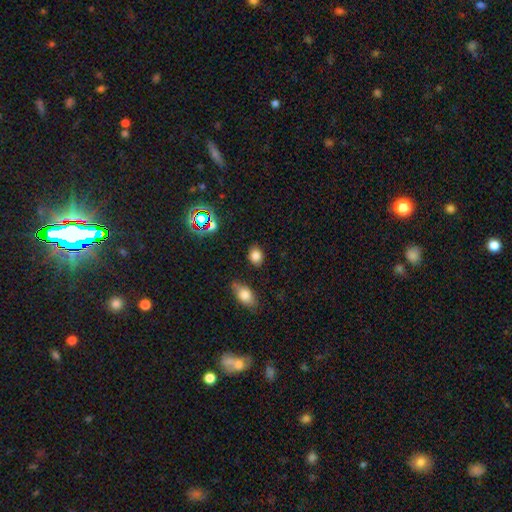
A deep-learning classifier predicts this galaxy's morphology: This appears to be a smooth galaxy with no disk features (80%) that is in between round and cigar-shaped (57%). Merging: none (83%).